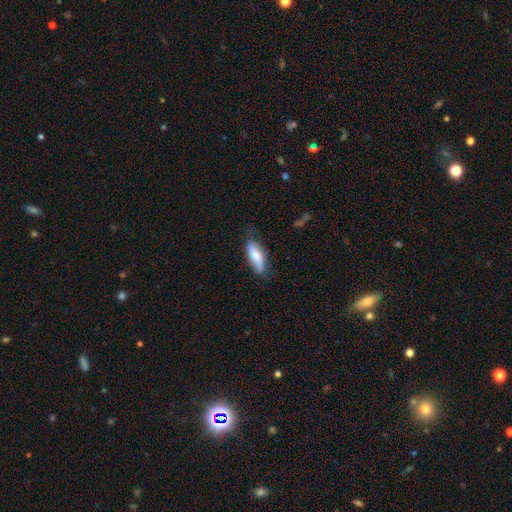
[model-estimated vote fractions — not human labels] Smooth or featured? Predicted: smooth (p=0.67). How rounded? Predicted: in between (p=0.62). Merging? Predicted: none (p=0.63).